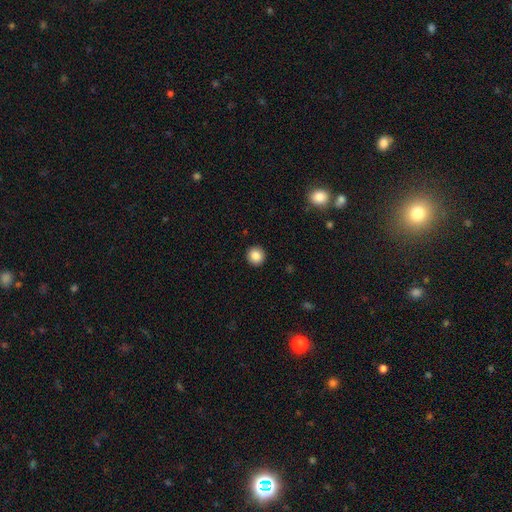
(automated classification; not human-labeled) A smooth galaxy with no disk features (87%) that is round (94%).

Vote fractions:
- Smooth or featured? smooth: 87% / star or artifact: 9% / featured or disk: 4%
- How rounded? round: 94% / in between: 5% / cigar-shaped: 1%
- Merging? none: 93% / minor disturbance: 4% / major disturbance: 2% / merger: 1%